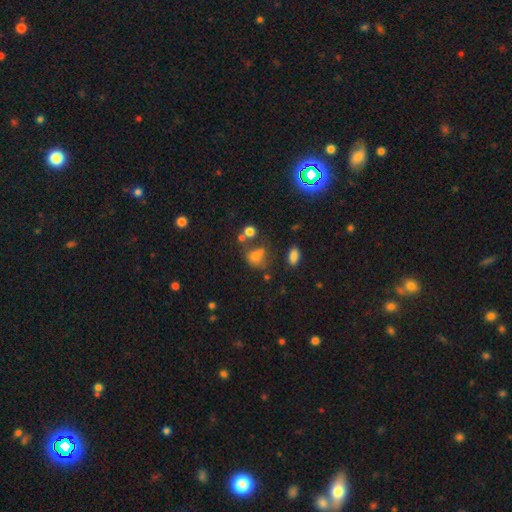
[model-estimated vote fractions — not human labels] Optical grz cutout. It shows a smooth galaxy with no disk features (66%) that is round (50%). Merging: none (41%).